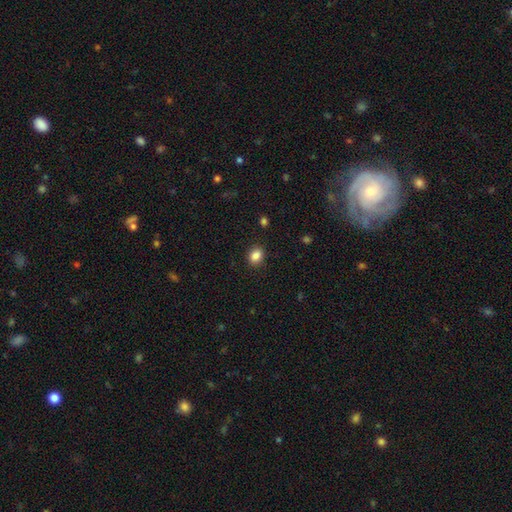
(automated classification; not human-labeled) smooth_or_featured: smooth (p=0.86) [alt: star or artifact p=0.10]
how_rounded: in between (p=0.54) [alt: round p=0.45]
merging: none (p=0.88) [alt: minor disturbance p=0.08]